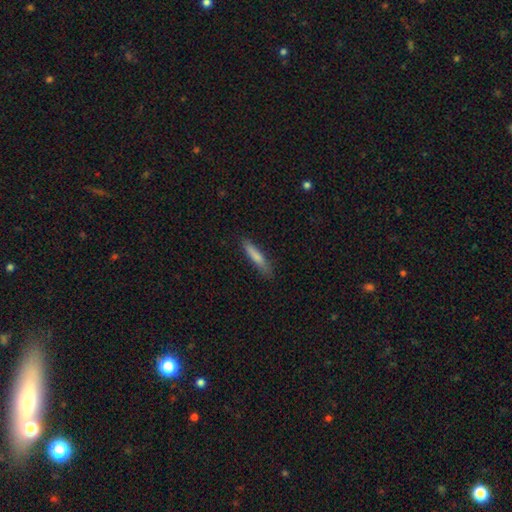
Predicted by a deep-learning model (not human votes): This appears to be a smooth galaxy with no disk features (80%) that is cigar-shaped (85%). Merging: none (79%).